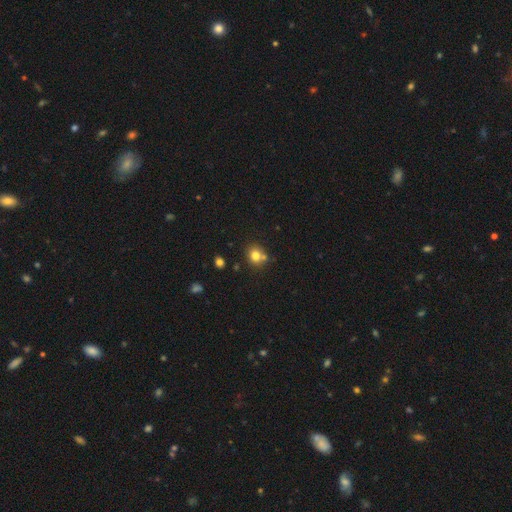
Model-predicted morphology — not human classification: Q: Smooth or featured?
A: smooth (77%); runner-up: star or artifact (13%)
Q: How rounded?
A: round (81%); runner-up: in between (18%)
Q: Merging?
A: none (65%); runner-up: merger (21%)